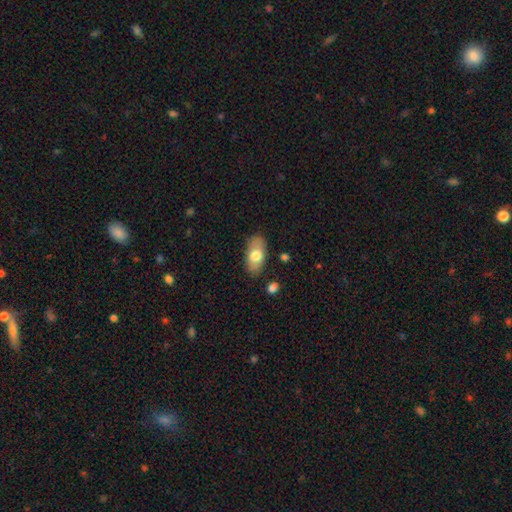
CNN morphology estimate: A smooth galaxy with no disk features (73%) that is in between round and cigar-shaped (92%).

Vote fractions:
- Smooth or featured? smooth: 73% / featured or disk: 21% / star or artifact: 6%
- How rounded? in between: 92% / round: 4% / cigar-shaped: 4%
- Merging? none: 83% / minor disturbance: 12% / major disturbance: 3% / merger: 2%